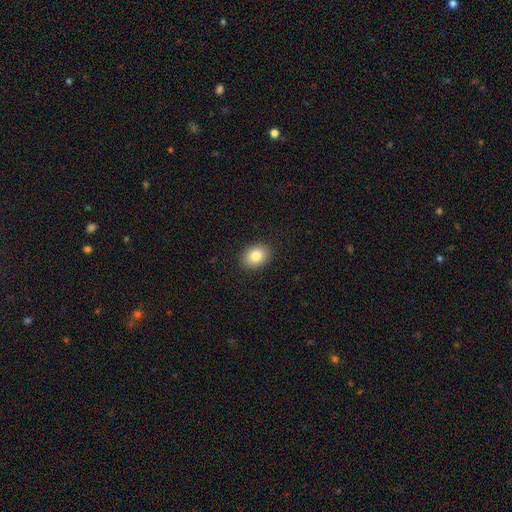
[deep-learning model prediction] A smooth galaxy with no disk features (85%) that is in between round and cigar-shaped (65%).

Vote fractions:
- Smooth or featured? smooth: 85% / star or artifact: 8% / featured or disk: 7%
- How rounded? in between: 65% / round: 34% / cigar-shaped: 1%
- Merging? none: 90% / minor disturbance: 7% / major disturbance: 2% / merger: 1%